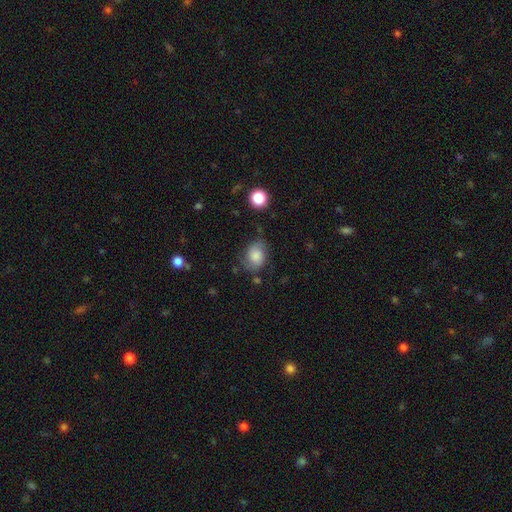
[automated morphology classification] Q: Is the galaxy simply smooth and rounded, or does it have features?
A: smooth — 59%.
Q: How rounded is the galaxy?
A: in between — 60%.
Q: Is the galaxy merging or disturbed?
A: none — 59%.